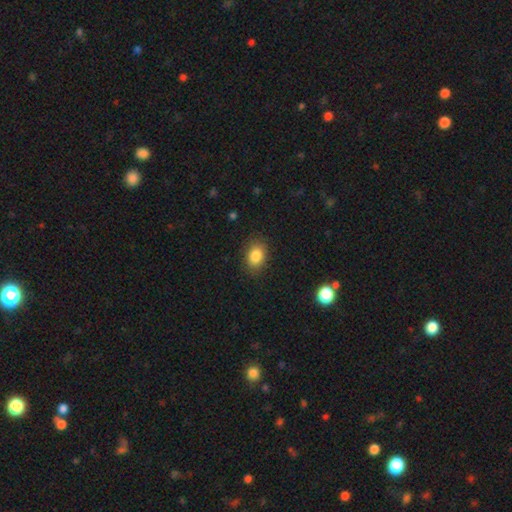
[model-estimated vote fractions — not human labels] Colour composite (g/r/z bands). It shows a smooth galaxy with no disk features (85%) that is in between round and cigar-shaped (73%). Merging: none (84%).